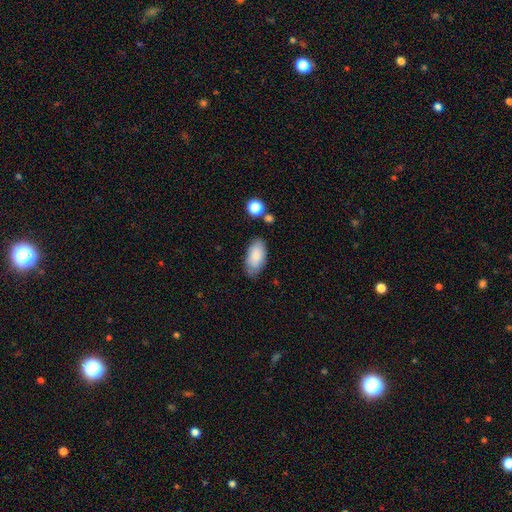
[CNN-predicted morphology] smooth-or-featured: smooth: 85% | featured or disk: 9% | star or artifact: 7%
  how-rounded: in between: 94% | cigar-shaped: 4% | round: 3%
  merging: none: 74% | minor disturbance: 19% | major disturbance: 4% | merger: 3%